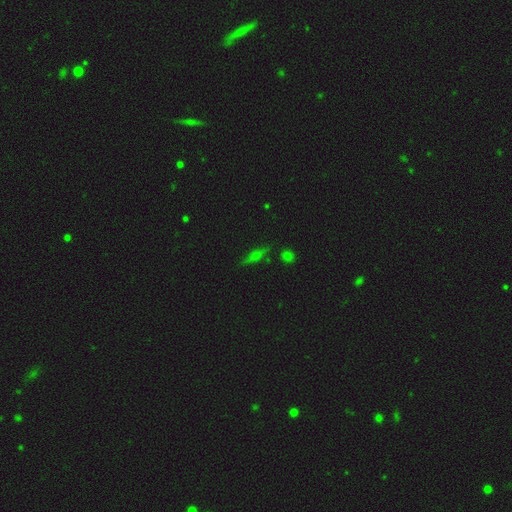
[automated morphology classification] Q: Smooth or featured?
A: featured or disk (42%); runner-up: smooth (38%)
Q: Merging?
A: none (83%); runner-up: minor disturbance (11%)